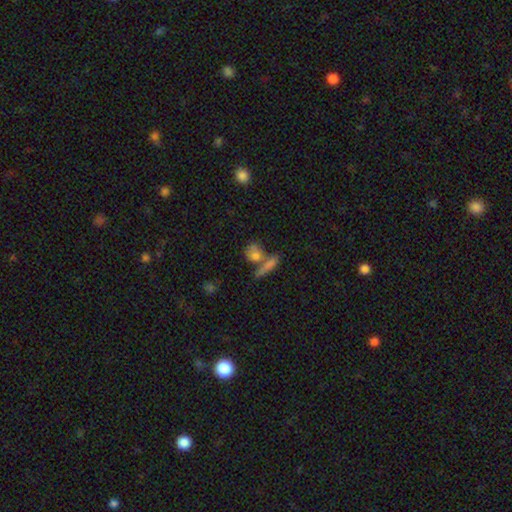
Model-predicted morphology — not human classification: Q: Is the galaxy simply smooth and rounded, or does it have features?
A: smooth — 74%.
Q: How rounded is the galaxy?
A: round — 42%.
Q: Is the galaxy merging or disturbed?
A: none — 47%.